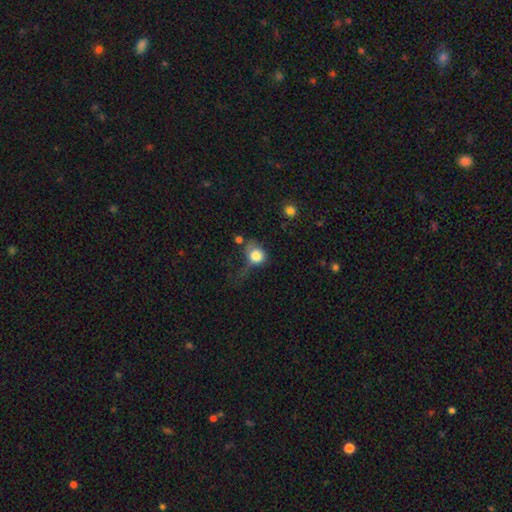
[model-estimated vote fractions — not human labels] Smooth or featured? Predicted: smooth (p=0.77). How rounded? Predicted: round (p=0.70). Merging? Predicted: major disturbance (p=0.37).